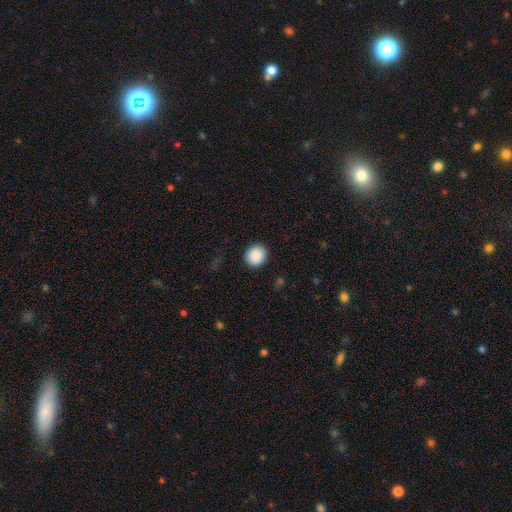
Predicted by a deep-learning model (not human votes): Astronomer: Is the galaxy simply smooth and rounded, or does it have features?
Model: smooth — 90%.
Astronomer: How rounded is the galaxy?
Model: round — 87%.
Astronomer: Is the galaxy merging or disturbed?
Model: none — 91%.